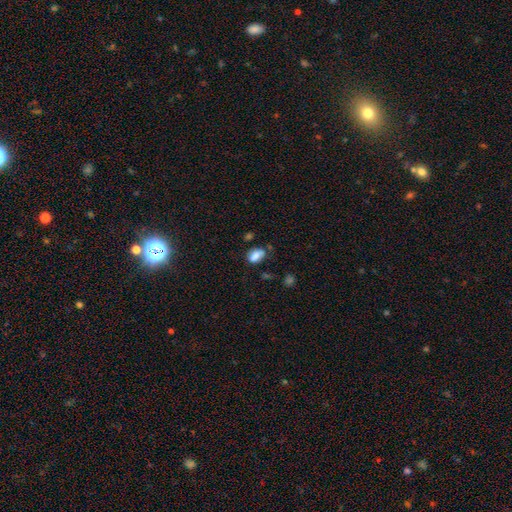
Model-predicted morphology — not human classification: type=smooth (79%); roundness=in between (87%); merging=none (56%).